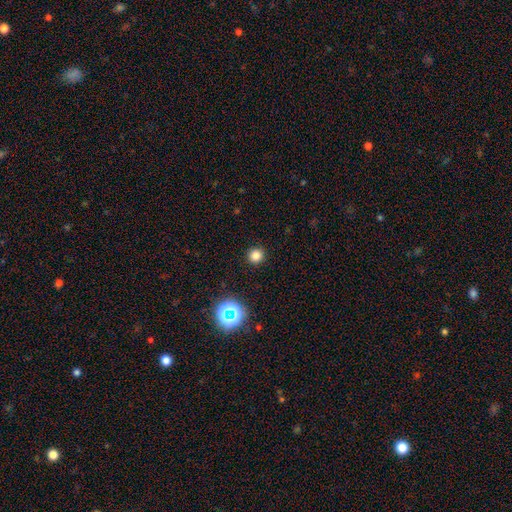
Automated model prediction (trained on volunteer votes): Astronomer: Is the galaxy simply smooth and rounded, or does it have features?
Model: smooth — 79%.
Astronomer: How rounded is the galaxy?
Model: round — 94%.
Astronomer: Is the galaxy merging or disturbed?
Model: none — 92%.